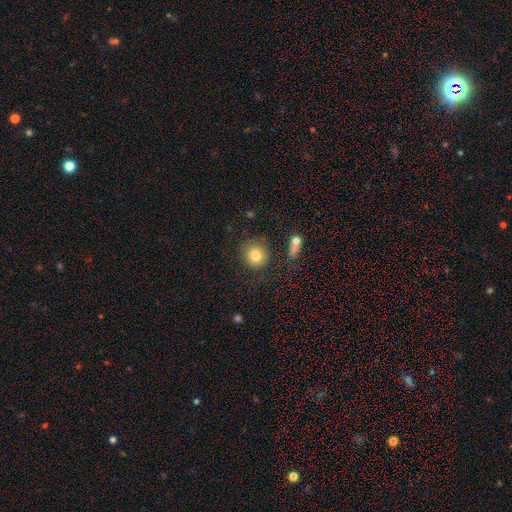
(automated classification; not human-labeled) Q: Smooth or featured?
A: smooth (79%); runner-up: star or artifact (11%)
Q: How rounded?
A: round (90%); runner-up: in between (9%)
Q: Merging?
A: none (78%); runner-up: minor disturbance (12%)